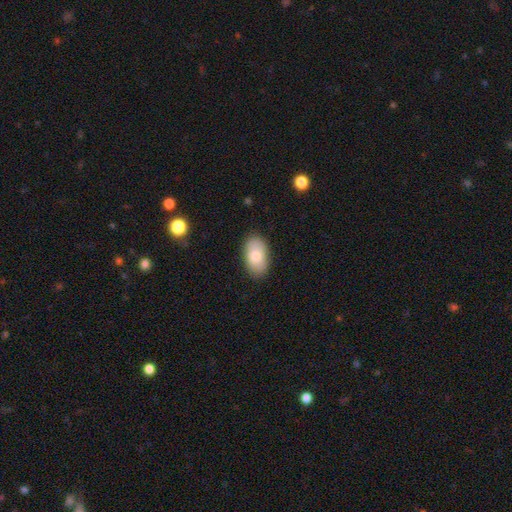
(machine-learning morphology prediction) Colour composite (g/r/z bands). It shows a smooth galaxy with no disk features (81%) that is in between round and cigar-shaped (93%). Merging: none (85%).